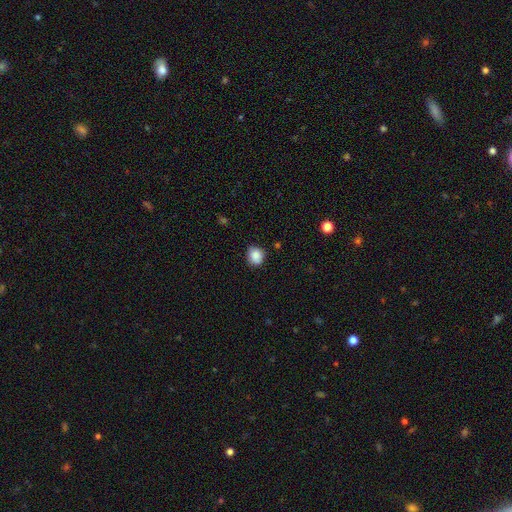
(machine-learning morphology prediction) smooth_or_featured: smooth (p=0.87) [alt: star or artifact p=0.09]
how_rounded: round (p=0.81) [alt: in between p=0.18]
merging: none (p=0.81) [alt: minor disturbance p=0.15]